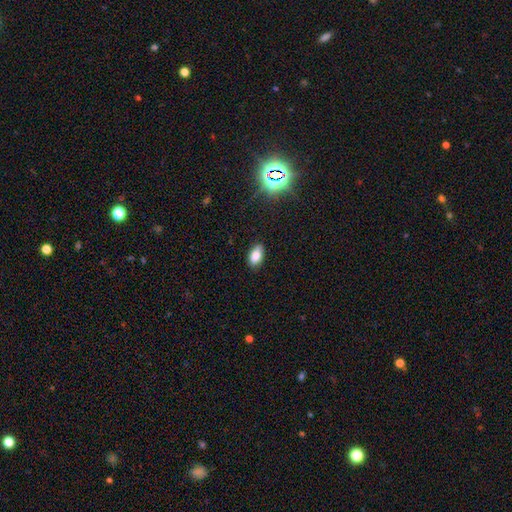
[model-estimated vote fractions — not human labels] This is clearly a smooth galaxy (83%). How rounded: clearly in between (91%). Merging: clearly none (84%).